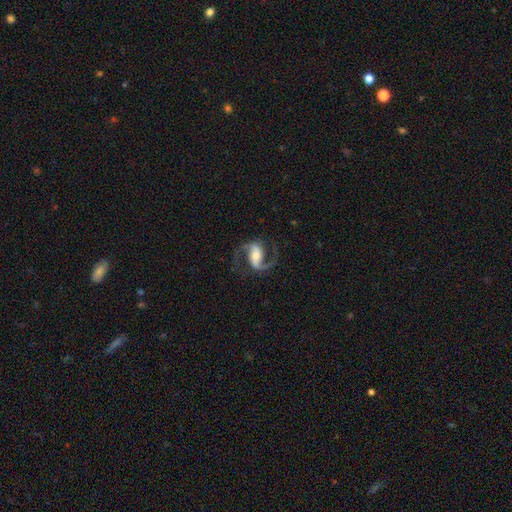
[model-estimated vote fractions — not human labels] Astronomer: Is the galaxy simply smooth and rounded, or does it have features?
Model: featured or disk — 92%.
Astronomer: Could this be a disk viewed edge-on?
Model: no — 98%.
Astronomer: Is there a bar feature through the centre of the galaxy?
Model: strong — 40% (runner-up: weak, 37%).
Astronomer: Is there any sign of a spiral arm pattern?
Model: yes — 98%.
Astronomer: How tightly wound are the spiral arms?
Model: medium — 55% (runner-up: loose, 35%).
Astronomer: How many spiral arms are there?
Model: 2 — 94%.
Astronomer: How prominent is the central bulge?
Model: moderate — 55% (runner-up: small, 30%).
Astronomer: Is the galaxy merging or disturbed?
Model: none — 80%.